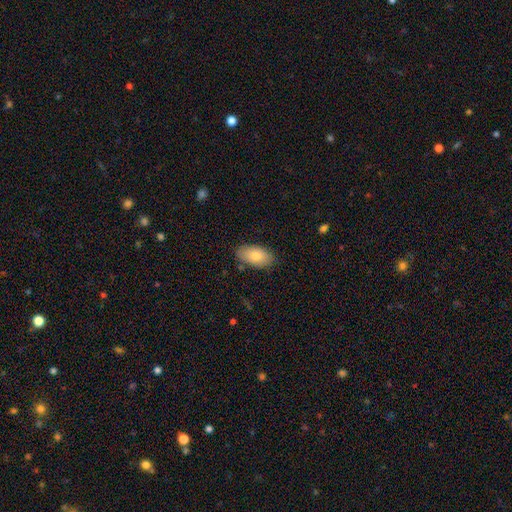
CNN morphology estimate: Smooth or featured: smooth — 80% (featured or disk — 14%)
How rounded: in between — 94% (round — 4%)
Merging: none — 83% (minor disturbance — 13%)